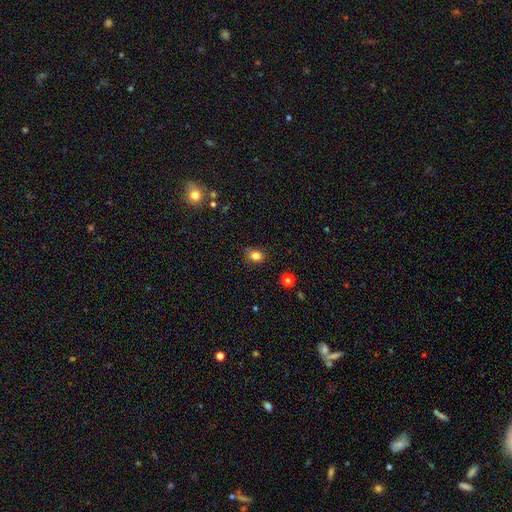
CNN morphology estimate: A smooth galaxy with no disk features (81%) that is round (61%). Merging: none (79%).